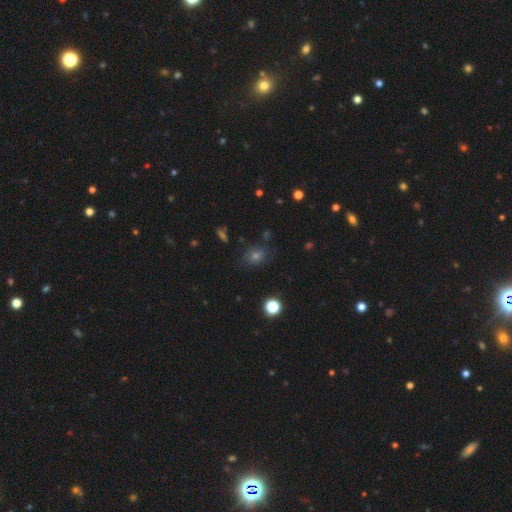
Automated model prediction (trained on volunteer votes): A smooth galaxy with no disk features (58%) that is round (60%). Merging: none (80%).